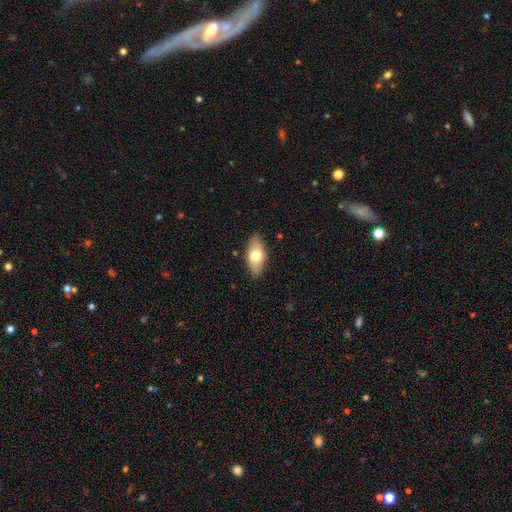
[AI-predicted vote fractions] Smooth or featured? Predicted: smooth (p=0.68). How rounded? Predicted: in between (p=0.88). Merging? Predicted: none (p=0.85).